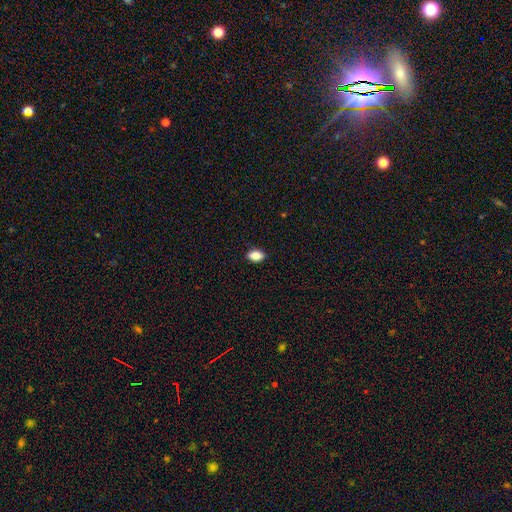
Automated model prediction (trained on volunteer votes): smooth-or-featured: smooth: 86% | star or artifact: 8% | featured or disk: 5%
  how-rounded: in between: 87% | round: 11% | cigar-shaped: 2%
  merging: none: 87% | minor disturbance: 10% | major disturbance: 2% | merger: 1%